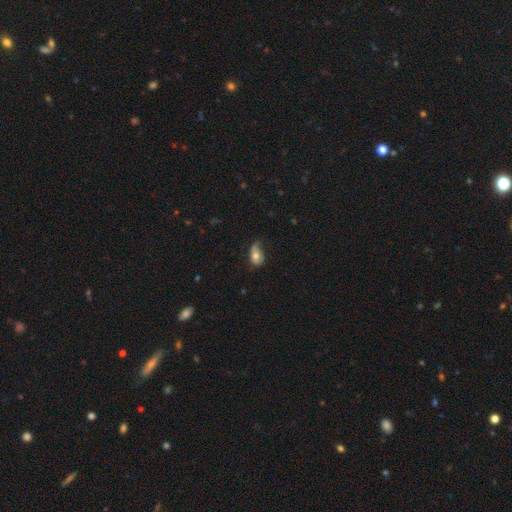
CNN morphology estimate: This is likely a smooth galaxy (63%). How rounded: clearly in between (81%). Merging: marginally minor disturbance (39%).